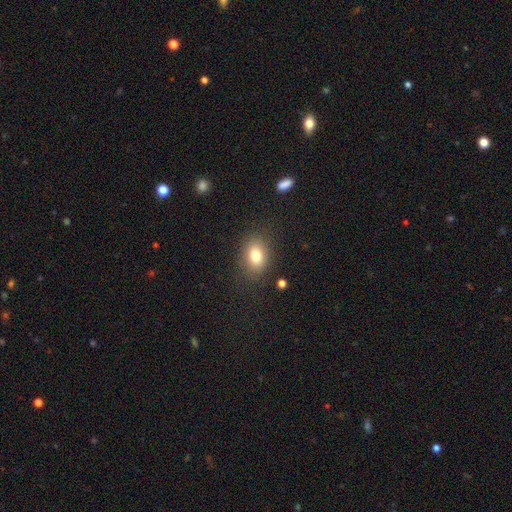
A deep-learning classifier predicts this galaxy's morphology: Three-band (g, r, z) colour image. It shows a smooth galaxy with no disk features (80%) that is in between round and cigar-shaped (75%). Merging: none (83%).